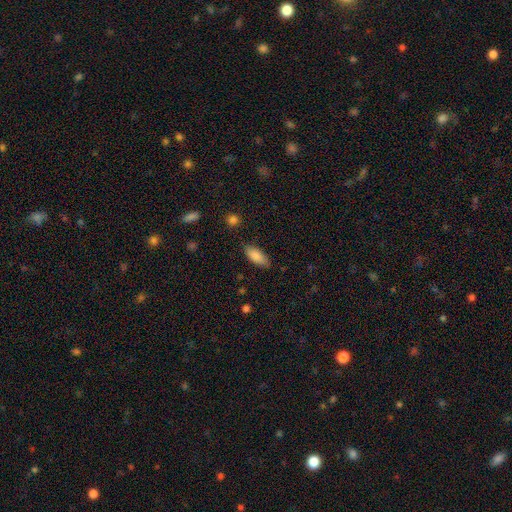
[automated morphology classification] Smooth or featured?
  - smooth: 86% *
  - featured or disk: 8%
  - star or artifact: 7%
How rounded?
  - in between: 81% *
  - cigar-shaped: 17%
  - round: 2%
Merging?
  - none: 82% *
  - minor disturbance: 14%
  - major disturbance: 3%
  - merger: 1%